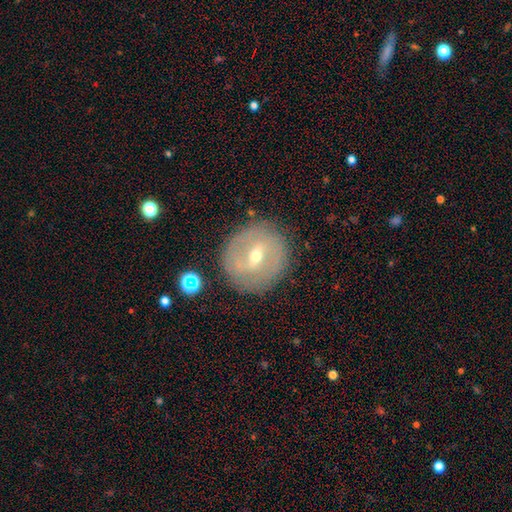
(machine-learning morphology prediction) Smooth or featured? featured or disk (68%)
Edge-on disk? no (94%)
Bar? weak (52%)
Spiral arms? yes (61%)
Bulge size? moderate (55%)
Merging? none (84%)